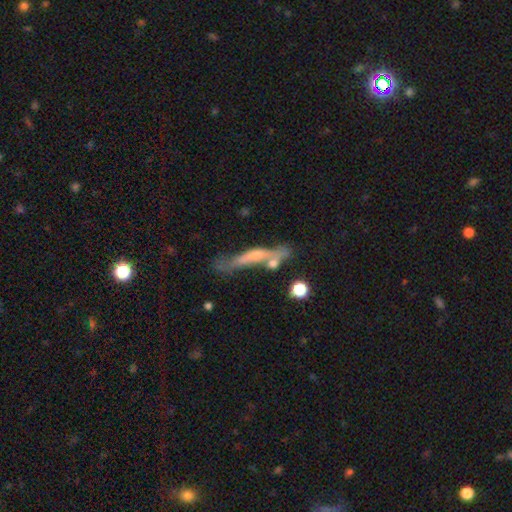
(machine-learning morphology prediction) featured or disk 55%, smooth 35%, star or artifact 9%. Down the decision tree: edge-on disk — yes (80%); merging — none (54%).